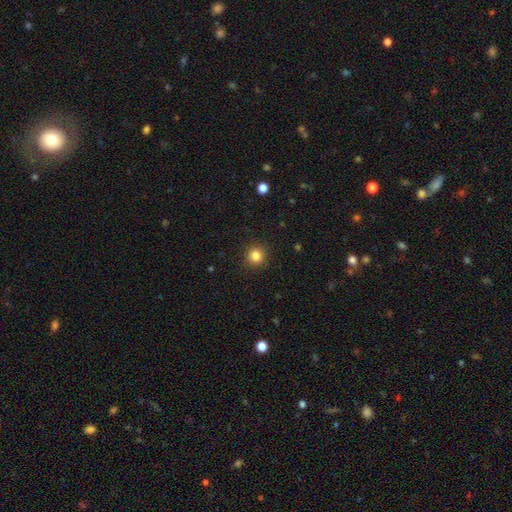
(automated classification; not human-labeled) Smooth or featured? smooth (84%)
How rounded? round (93%)
Merging? none (91%)